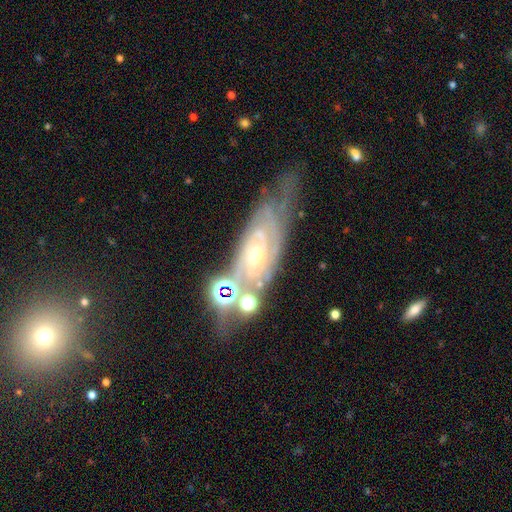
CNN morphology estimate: This is likely a featured or disk galaxy (79%). It is clearly not viewed edge-on (87%). Bar: likely no (70%). Spiral arm pattern: clearly yes (88%). Spiral arm count: possibly can't tell (51%). Spiral winding: likely tight (73%). Central bulge: likely small (64%). Merging: possibly none (52%).